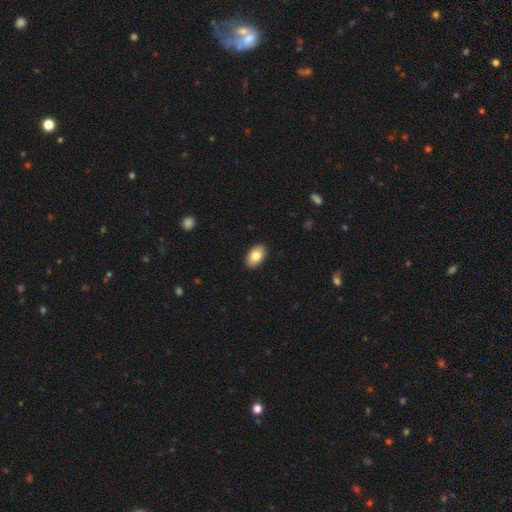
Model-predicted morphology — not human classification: Smooth or featured? Predicted: smooth (p=0.80). How rounded? Predicted: in between (p=0.93). Merging? Predicted: none (p=0.90).